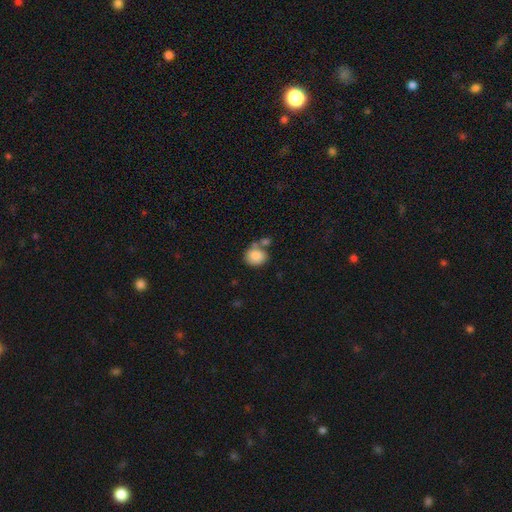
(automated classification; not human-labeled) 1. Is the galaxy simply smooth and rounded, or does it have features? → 84% smooth, 8% star or artifact, 8% featured or disk.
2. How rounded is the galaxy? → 66% round, 33% in between, 1% cigar-shaped.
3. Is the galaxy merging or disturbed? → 52% none, 28% merger, 15% minor disturbance, 5% major disturbance.